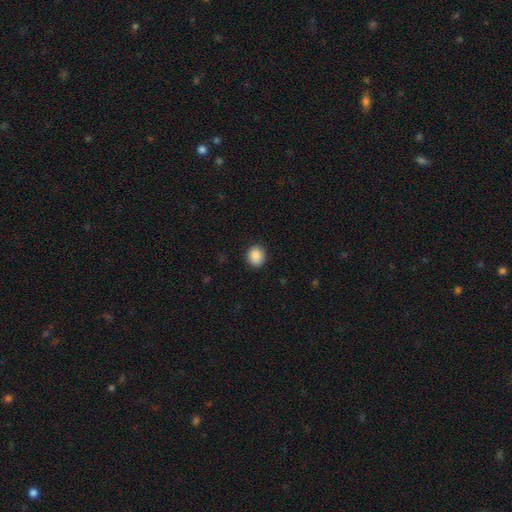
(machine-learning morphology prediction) smooth-or-featured: smooth: 89% | star or artifact: 8% | featured or disk: 3%
  how-rounded: round: 72% | in between: 27% | cigar-shaped: 1%
  merging: none: 88% | minor disturbance: 8% | major disturbance: 2% | merger: 1%